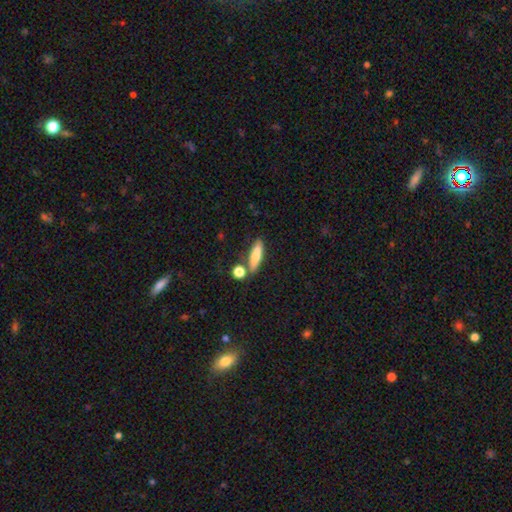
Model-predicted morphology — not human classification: Smooth or featured?
  - smooth: 78% *
  - featured or disk: 15%
  - star or artifact: 7%
How rounded?
  - cigar-shaped: 69% *
  - in between: 27%
  - round: 4%
Merging?
  - none: 73% *
  - minor disturbance: 12%
  - merger: 11%
  - major disturbance: 4%